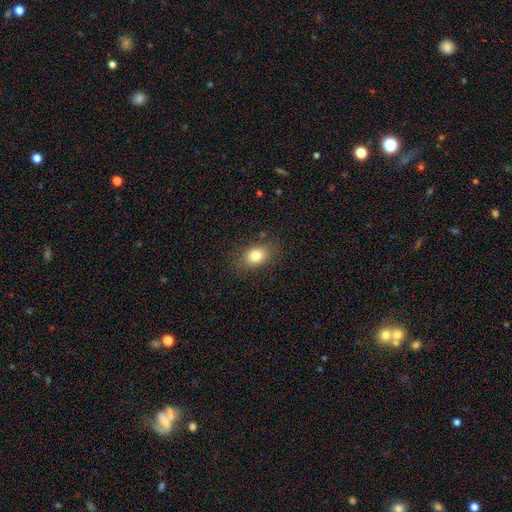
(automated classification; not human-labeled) A smooth galaxy with no disk features (80%) that is in between round and cigar-shaped (69%). Merging: none (81%).